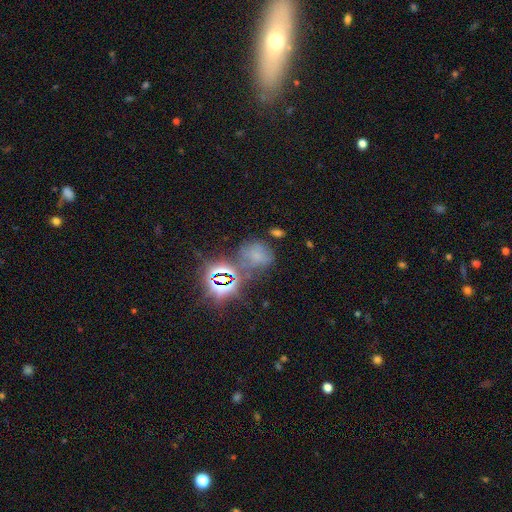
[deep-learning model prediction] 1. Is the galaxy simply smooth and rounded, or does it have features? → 46% smooth, 41% star or artifact, 13% featured or disk.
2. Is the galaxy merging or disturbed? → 50% none, 21% minor disturbance, 15% merger, 14% major disturbance.